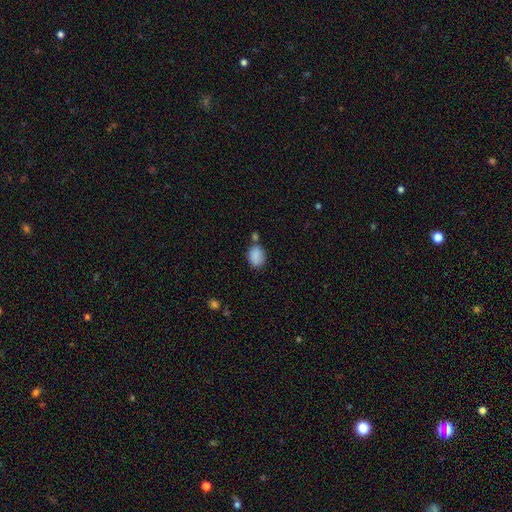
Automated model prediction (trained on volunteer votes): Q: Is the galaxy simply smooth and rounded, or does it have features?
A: smooth — 86%.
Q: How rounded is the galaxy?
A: in between — 60%.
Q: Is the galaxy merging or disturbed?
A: none — 62%.